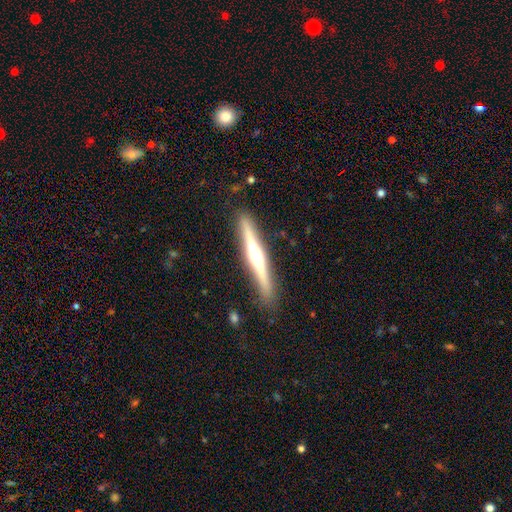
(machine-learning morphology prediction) Smooth or featured?
  - featured or disk: 69% *
  - smooth: 25%
  - star or artifact: 6%
Edge-on disk?
  - yes: 97% *
  - no: 3%
Edge-on bulge?
  - rounded: 76% *
  - none: 14%
  - boxy: 10%
Merging?
  - none: 87% *
  - minor disturbance: 9%
  - major disturbance: 2%
  - merger: 2%